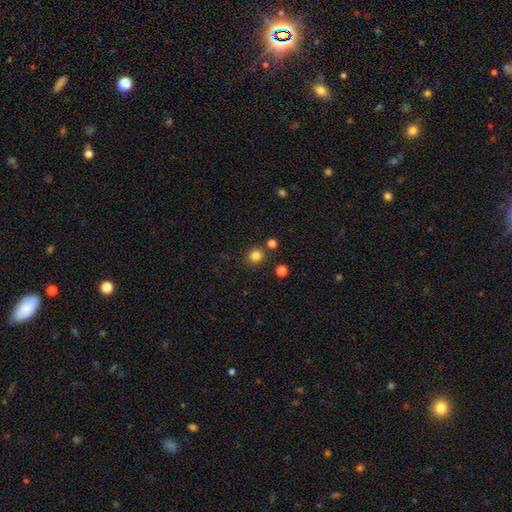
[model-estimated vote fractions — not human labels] Smooth or featured? Predicted: smooth (p=0.82). How rounded? Predicted: round (p=0.88). Merging? Predicted: none (p=0.83).